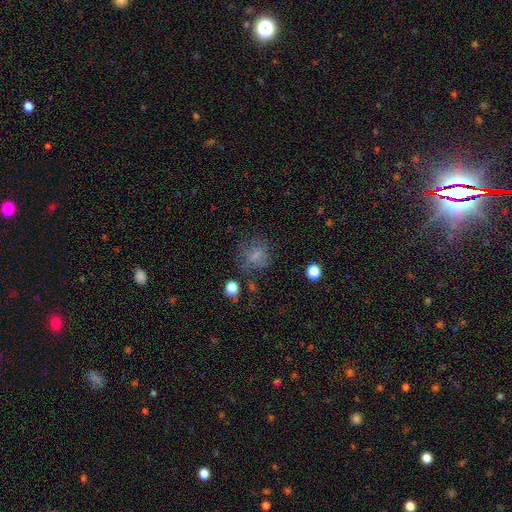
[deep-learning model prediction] Smooth or featured? Predicted: smooth (p=0.67). How rounded? Predicted: round (p=0.70). Merging? Predicted: none (p=0.61).